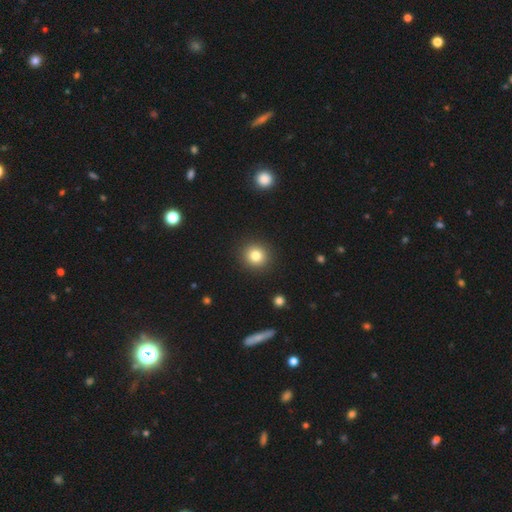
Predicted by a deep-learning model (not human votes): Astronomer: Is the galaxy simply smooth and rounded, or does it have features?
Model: smooth — 81%.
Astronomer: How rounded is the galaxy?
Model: round — 90%.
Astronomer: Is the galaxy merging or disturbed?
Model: none — 91%.